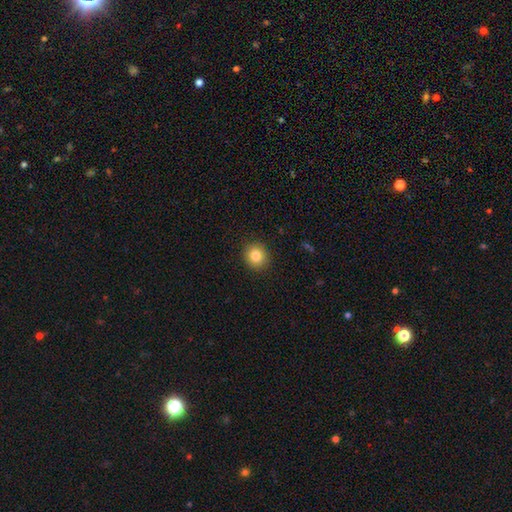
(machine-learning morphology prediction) smooth_or_featured: smooth (p=0.83) [alt: star or artifact p=0.10]
how_rounded: round (p=0.85) [alt: in between p=0.14]
merging: none (p=0.91) [alt: minor disturbance p=0.06]